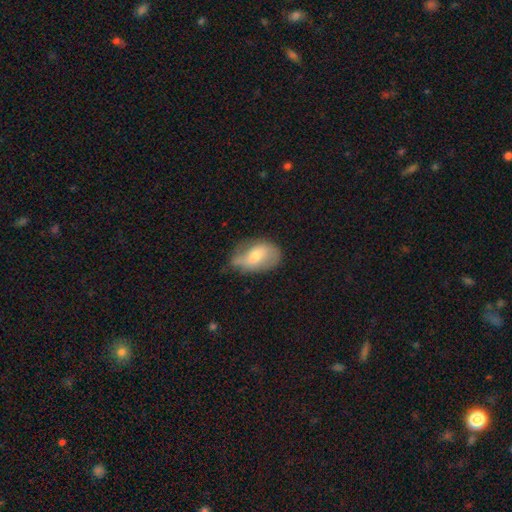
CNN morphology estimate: A smooth galaxy with no disk features (48%).

Vote fractions:
- Smooth or featured? smooth: 48% / featured or disk: 45% / star or artifact: 7%
- Merging? none: 50% / minor disturbance: 36% / major disturbance: 11% / merger: 3%